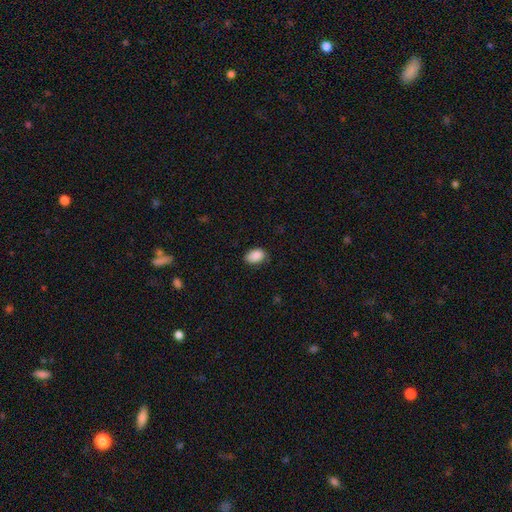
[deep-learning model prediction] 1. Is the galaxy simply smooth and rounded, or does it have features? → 89% smooth, 7% star or artifact, 3% featured or disk.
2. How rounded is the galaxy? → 87% in between, 12% round, 1% cigar-shaped.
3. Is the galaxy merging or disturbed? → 79% none, 17% minor disturbance, 3% major disturbance, 1% merger.